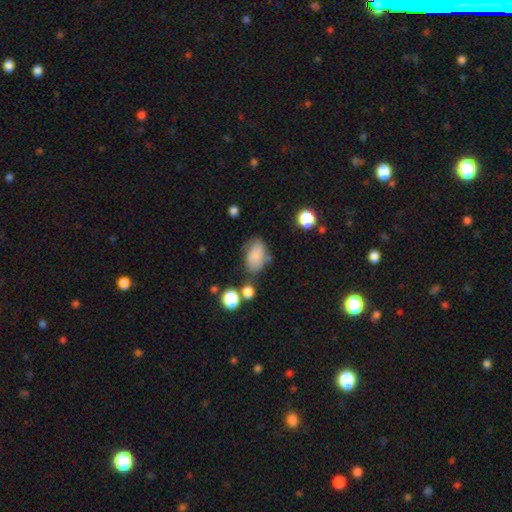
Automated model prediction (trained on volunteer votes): smooth_or_featured: smooth (p=0.80) [alt: featured or disk p=0.11]
how_rounded: in between (p=0.89) [alt: round p=0.09]
merging: none (p=0.57) [alt: minor disturbance p=0.24]